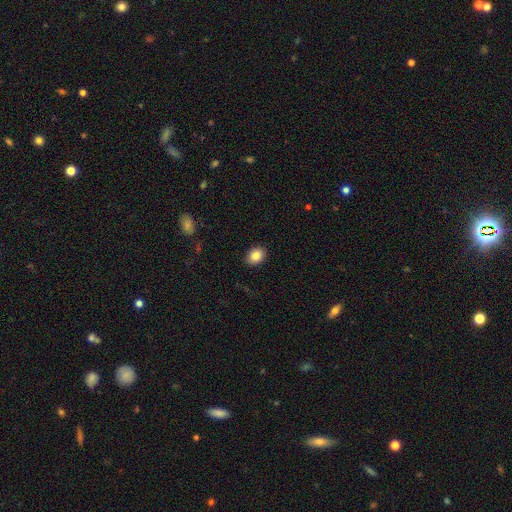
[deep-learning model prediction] Smooth or featured: smooth — 85% (star or artifact — 9%)
How rounded: in between — 63% (round — 36%)
Merging: none — 89% (minor disturbance — 8%)